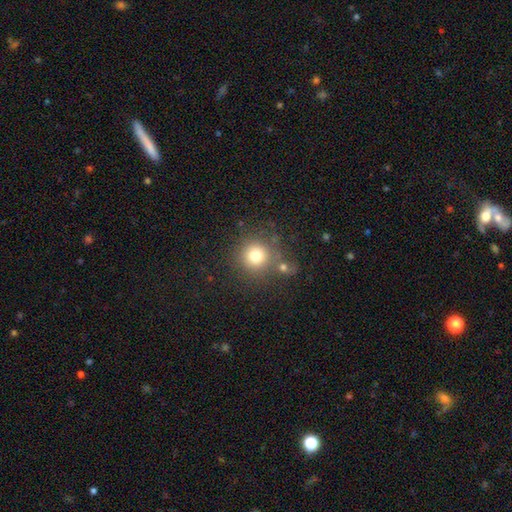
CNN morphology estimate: smooth 77%, star or artifact 14%, featured or disk 9%. Down the decision tree: how rounded — round (93%); merging — none (73%).